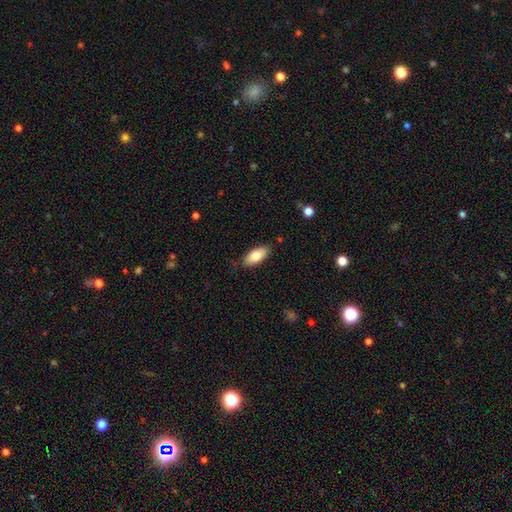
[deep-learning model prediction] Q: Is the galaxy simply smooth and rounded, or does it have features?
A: smooth — 78%.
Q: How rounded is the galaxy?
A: in between — 86%.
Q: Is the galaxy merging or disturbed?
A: none — 84%.